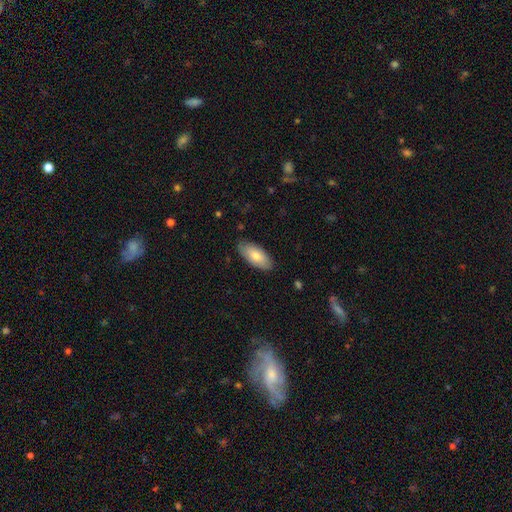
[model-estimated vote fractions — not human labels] The model was most divided on "smooth or featured": smooth: 75%, featured or disk: 19%, star or artifact: 6%. More confident: how rounded — in between (89%); merging — none (84%).